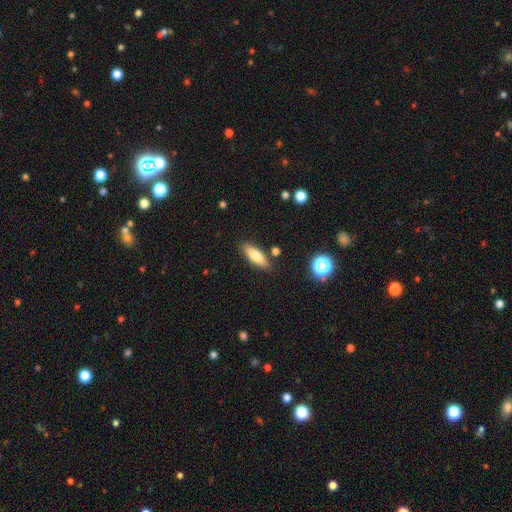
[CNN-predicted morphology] The model was most divided on "how rounded": in between: 59%, cigar-shaped: 38%, round: 3%. More confident: merging — none (83%); smooth or featured — smooth (72%).